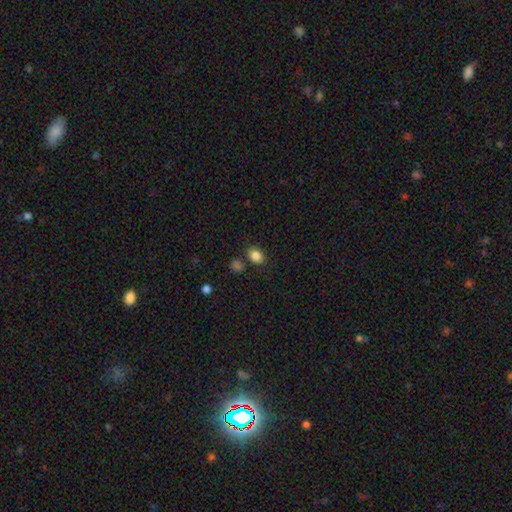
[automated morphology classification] smooth-or-featured: smooth: 86% | star or artifact: 10% | featured or disk: 4%
  how-rounded: in between: 67% | round: 32% | cigar-shaped: 1%
  merging: none: 77% | minor disturbance: 12% | merger: 8% | major disturbance: 3%